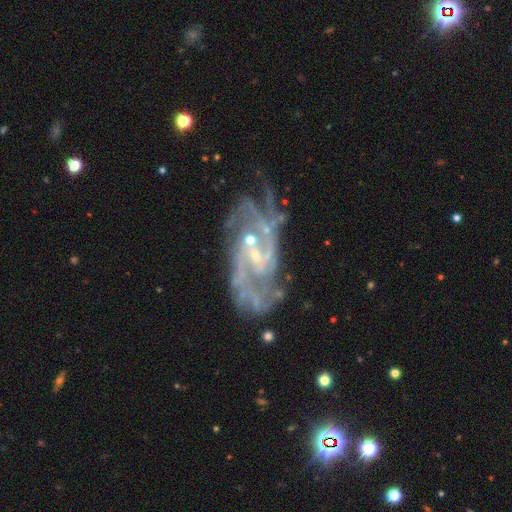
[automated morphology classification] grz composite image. It shows a featured or disk galaxy (87%) with a weak bar (43%), 2 (28%) medium (45%) spiral arms (95%) and a small central bulge (73%). Merging: none (53%).